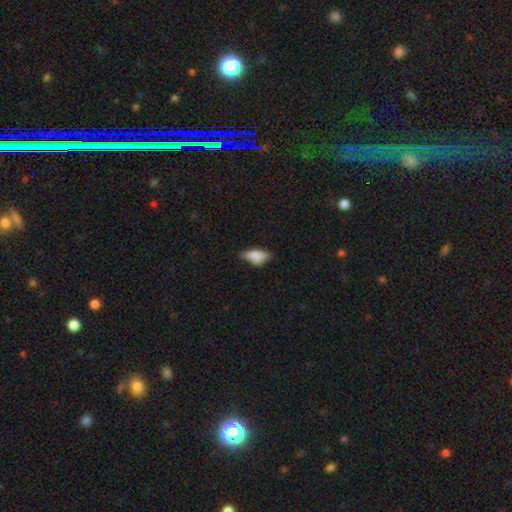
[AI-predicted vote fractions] A smooth galaxy with no disk features (74%) that is in between round and cigar-shaped (83%).

Vote fractions:
- Smooth or featured? smooth: 74% / featured or disk: 17% / star or artifact: 8%
- How rounded? in between: 83% / cigar-shaped: 14% / round: 3%
- Merging? none: 47% / minor disturbance: 37% / major disturbance: 12% / merger: 4%